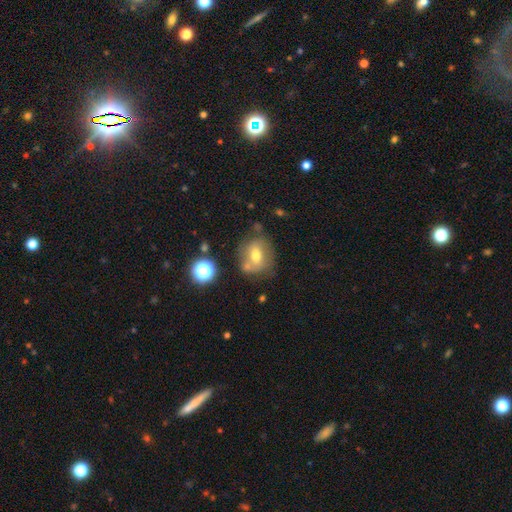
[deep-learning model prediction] A smooth galaxy with no disk features (54%) that is round (64%). Merging: none (56%).